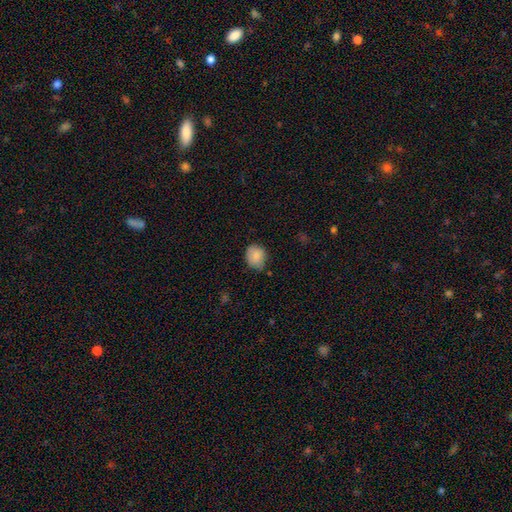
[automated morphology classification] A smooth galaxy with no disk features (85%) that is round (59%). Merging: none (68%).